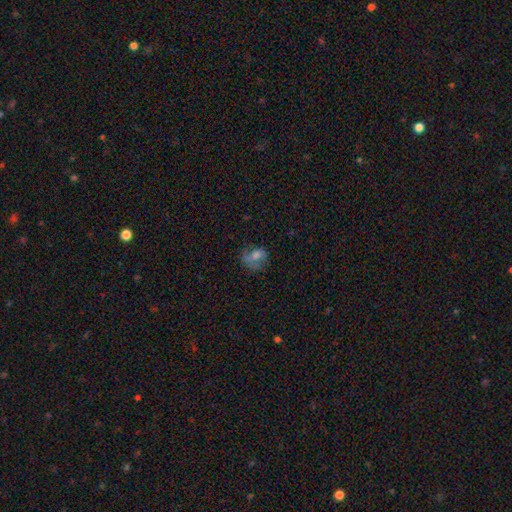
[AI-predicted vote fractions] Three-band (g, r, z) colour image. It shows a smooth galaxy with no disk features (53%) that is round (54%). Merging: none (49%).